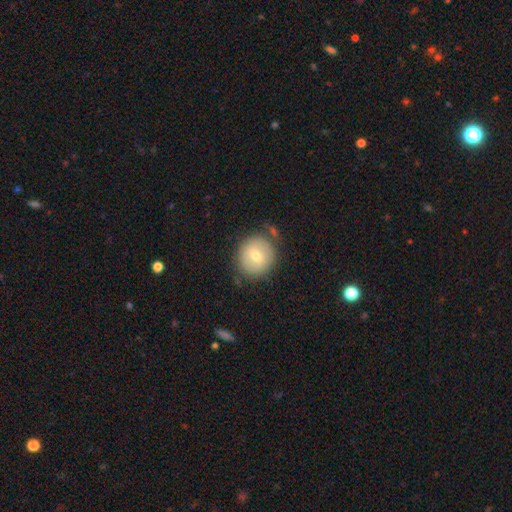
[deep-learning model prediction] smooth 69%, featured or disk 22%, star or artifact 8%. Down the decision tree: how rounded — round (91%); merging — none (77%).